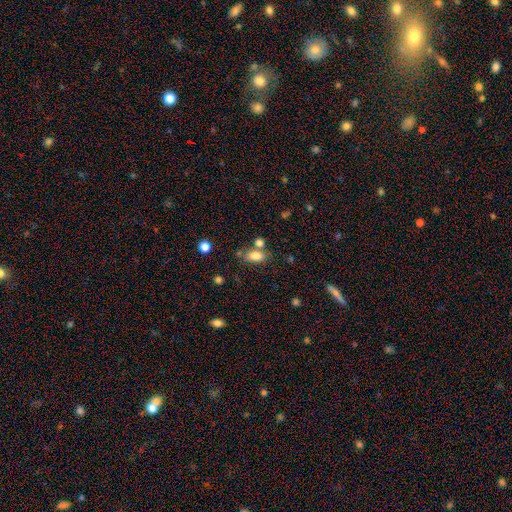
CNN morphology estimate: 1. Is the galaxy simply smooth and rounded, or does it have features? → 80% smooth, 10% featured or disk, 9% star or artifact.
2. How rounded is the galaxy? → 87% in between, 8% round, 5% cigar-shaped.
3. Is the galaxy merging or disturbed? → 63% none, 20% merger, 13% minor disturbance, 4% major disturbance.